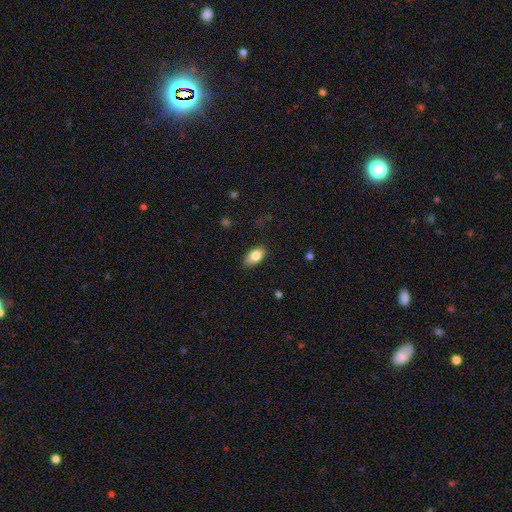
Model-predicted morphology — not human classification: smooth 82%, featured or disk 10%, star or artifact 7%. Down the decision tree: how rounded — in between (91%); merging — none (83%).